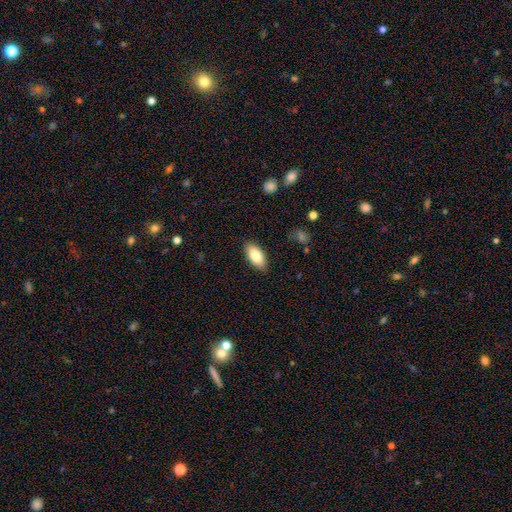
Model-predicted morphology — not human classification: This is clearly a smooth galaxy (83%). How rounded: clearly in between (90%). Merging: clearly none (87%).